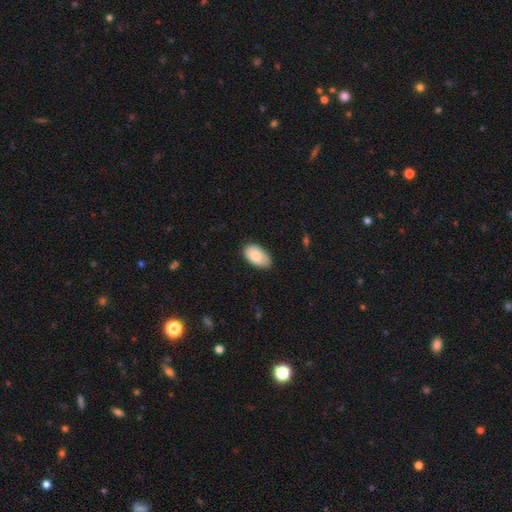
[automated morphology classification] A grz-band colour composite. It shows a smooth galaxy with no disk features (83%) that is in between round and cigar-shaped (95%). Merging: none (74%).